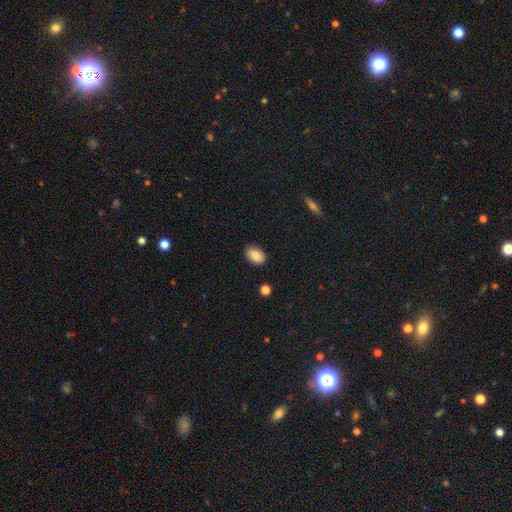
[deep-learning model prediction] A smooth galaxy with no disk features (84%) that is in between round and cigar-shaped (84%).

Vote fractions:
- Smooth or featured? smooth: 84% / star or artifact: 8% / featured or disk: 8%
- How rounded? in between: 84% / round: 14% / cigar-shaped: 1%
- Merging? none: 87% / minor disturbance: 10% / major disturbance: 2% / merger: 1%